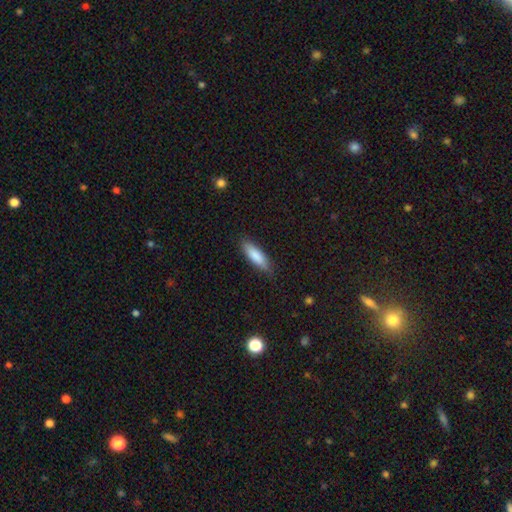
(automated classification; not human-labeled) This appears to be a smooth galaxy with no disk features (86%) that is cigar-shaped (53%). Merging: none (85%).